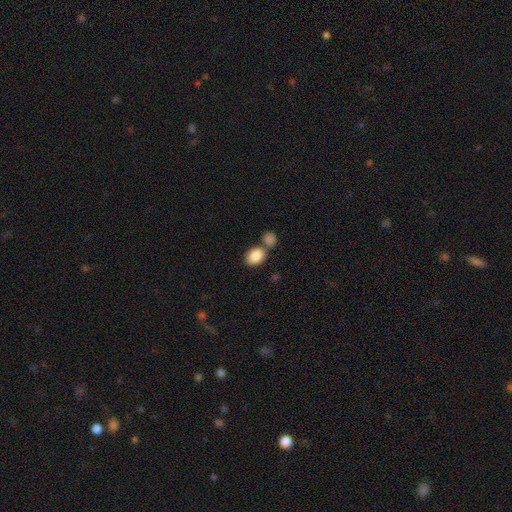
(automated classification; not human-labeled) Smooth or featured? smooth (87%)
How rounded? in between (74%)
Merging? none (56%)